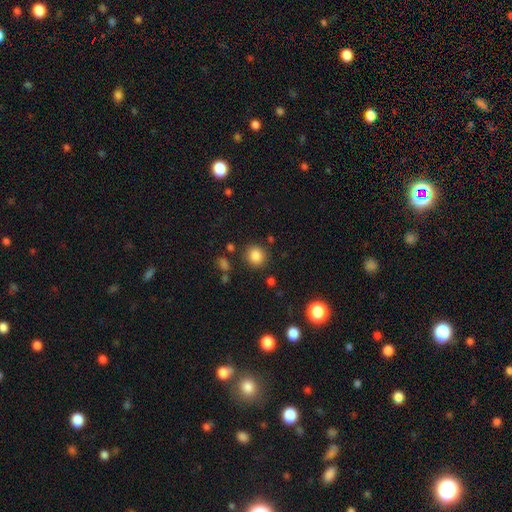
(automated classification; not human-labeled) A smooth galaxy with no disk features (85%) that is round (85%). Merging: none (85%).